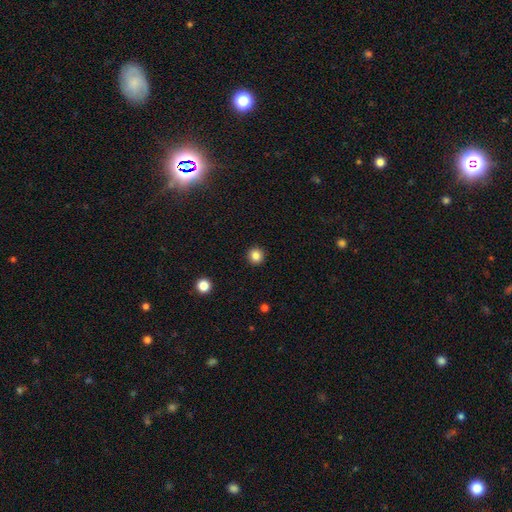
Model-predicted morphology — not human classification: The model was most divided on "smooth or featured": smooth: 84%, star or artifact: 12%, featured or disk: 5%. More confident: how rounded — round (95%); merging — none (93%).